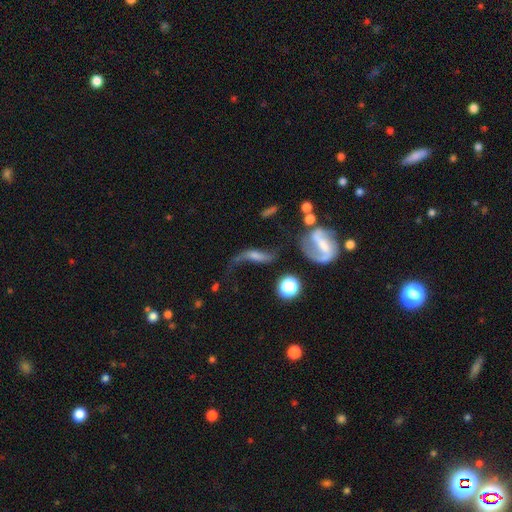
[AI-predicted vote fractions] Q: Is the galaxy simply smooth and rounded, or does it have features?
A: featured or disk — 59%.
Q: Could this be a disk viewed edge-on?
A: no — 84%.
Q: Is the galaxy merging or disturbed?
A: none — 36%.